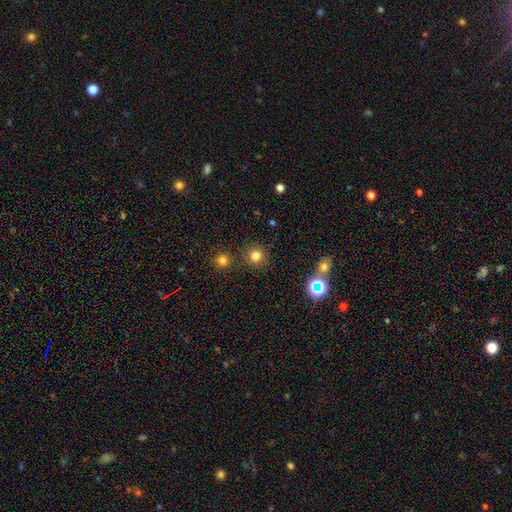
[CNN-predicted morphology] Smooth or featured? smooth (78%)
How rounded? round (94%)
Merging? none (86%)